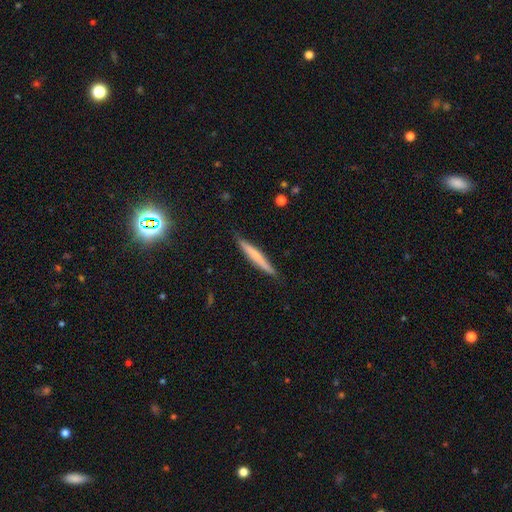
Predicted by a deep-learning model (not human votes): A smooth galaxy with no disk features (55%) that is cigar-shaped (95%).

Vote fractions:
- Smooth or featured? smooth: 55% / featured or disk: 39% / star or artifact: 6%
- How rounded? cigar-shaped: 95% / in between: 3% / round: 1%
- Merging? none: 88% / minor disturbance: 9% / major disturbance: 2% / merger: 1%